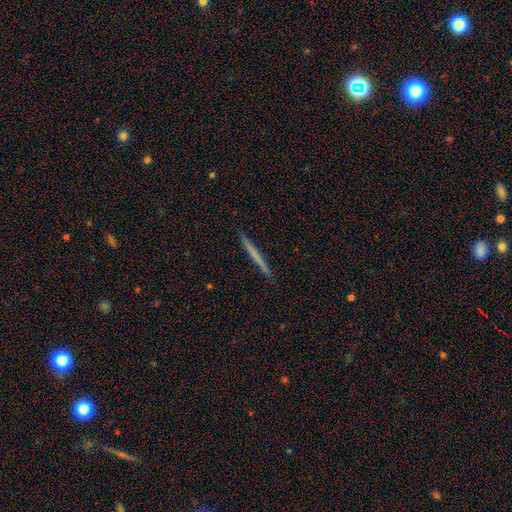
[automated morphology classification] Smooth or featured? Predicted: smooth (p=0.55). How rounded? Predicted: cigar-shaped (p=0.97). Merging? Predicted: none (p=0.92).